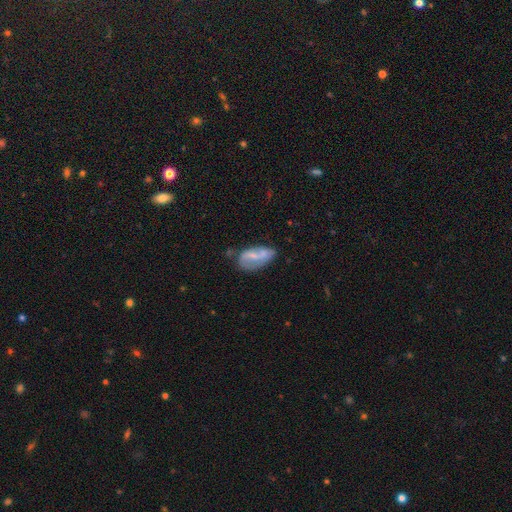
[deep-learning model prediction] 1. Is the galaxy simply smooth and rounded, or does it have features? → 59% featured or disk, 33% smooth, 8% star or artifact.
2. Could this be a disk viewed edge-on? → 95% no, 5% yes.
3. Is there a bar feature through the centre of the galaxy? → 42% weak, 37% no, 21% strong.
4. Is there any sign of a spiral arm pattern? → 75% yes, 25% no.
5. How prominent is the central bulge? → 53% small, 23% moderate, 21% none, 2% large, 1% dominant.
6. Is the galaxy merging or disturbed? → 47% none, 29% minor disturbance, 16% major disturbance, 9% merger.